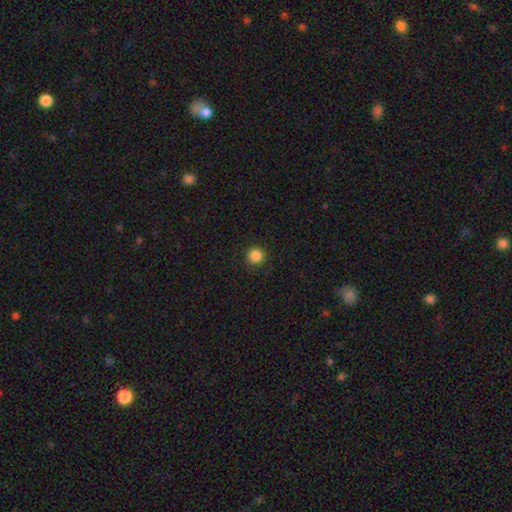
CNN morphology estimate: Smooth or featured? smooth (86%)
How rounded? round (95%)
Merging? none (91%)